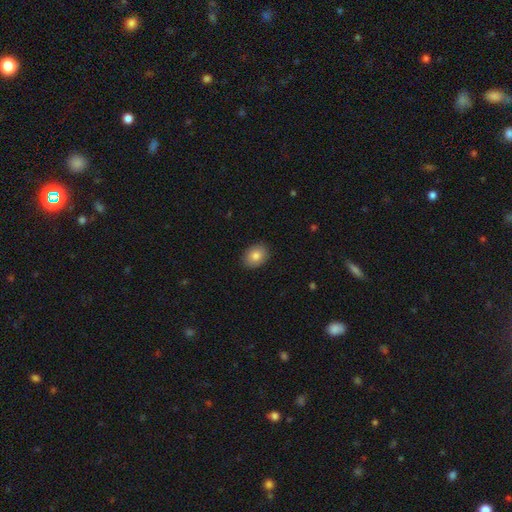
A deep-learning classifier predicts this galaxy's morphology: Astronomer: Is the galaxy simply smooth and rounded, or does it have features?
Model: smooth — 84%.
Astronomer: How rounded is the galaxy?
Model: in between — 66%.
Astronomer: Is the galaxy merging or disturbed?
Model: none — 88%.